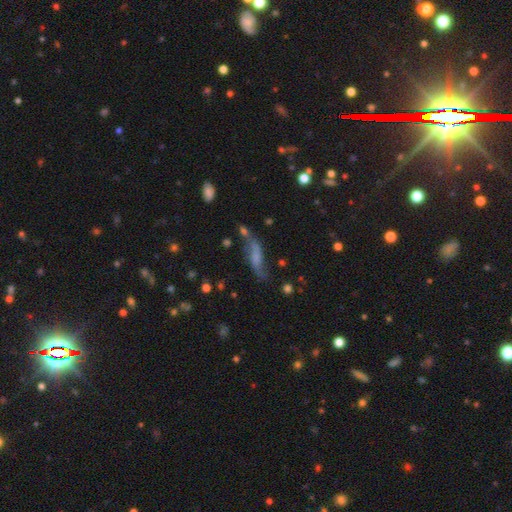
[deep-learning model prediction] The model was most divided on "smooth or featured": featured or disk: 51%, smooth: 37%, star or artifact: 12%. More confident: edge-on disk — no (70%); merging — none (56%).